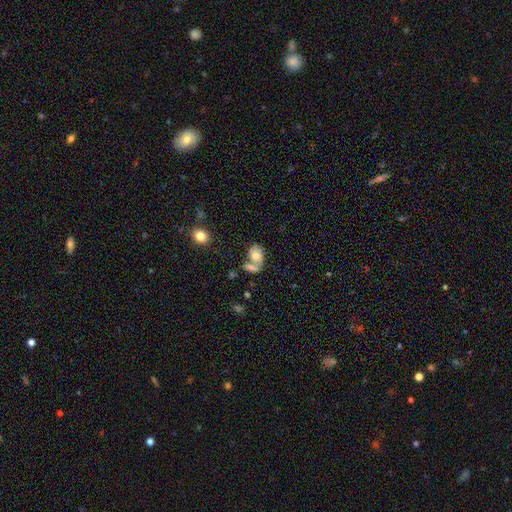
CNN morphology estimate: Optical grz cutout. It shows a smooth galaxy with no disk features (59%) that is in between round and cigar-shaped (76%). Merging: merger (46%).